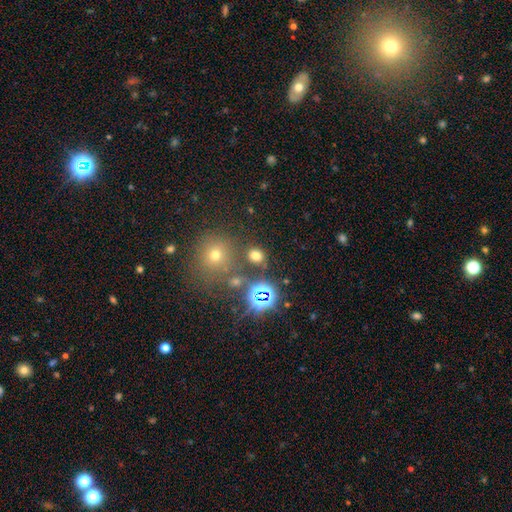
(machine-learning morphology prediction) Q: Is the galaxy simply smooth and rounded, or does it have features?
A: smooth — 64%.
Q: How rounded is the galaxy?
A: round — 64%.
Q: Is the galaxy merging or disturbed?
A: none — 78%.